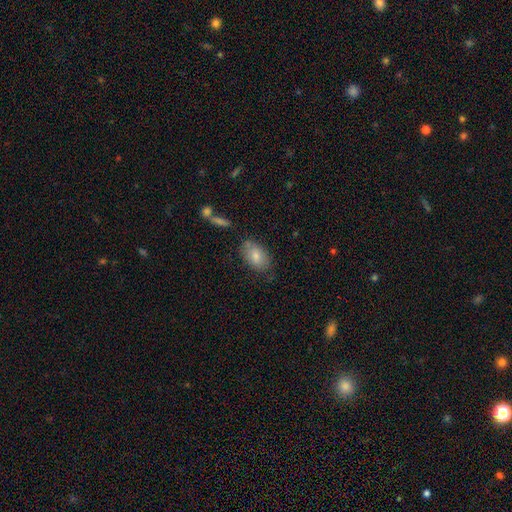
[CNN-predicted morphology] smooth 81%, featured or disk 12%, star or artifact 7%. Down the decision tree: how rounded — in between (91%); merging — none (73%).